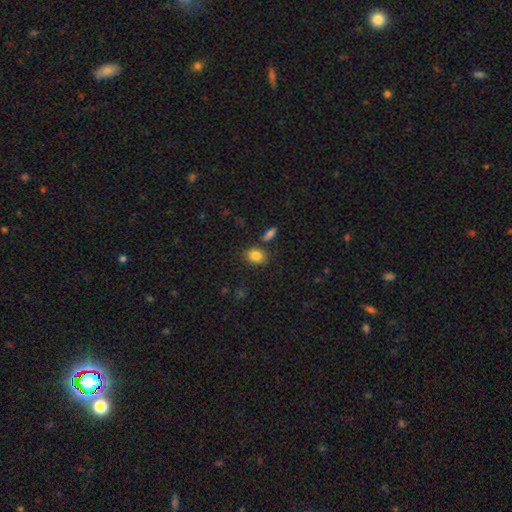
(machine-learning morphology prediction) This appears to be a smooth galaxy with no disk features (85%) that is in between round and cigar-shaped (64%). Merging: none (78%).